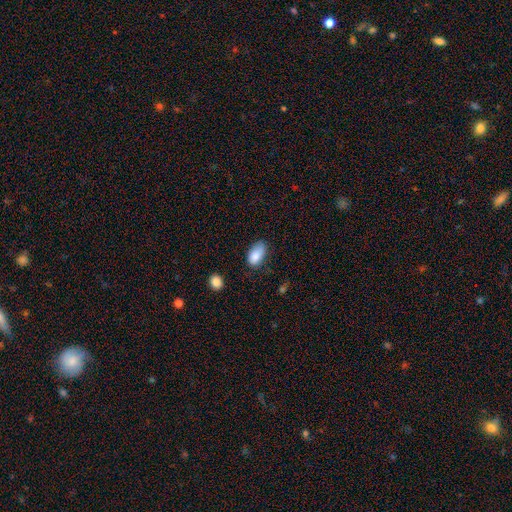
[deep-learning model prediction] A smooth galaxy with no disk features (85%) that is in between round and cigar-shaped (93%). Merging: none (58%).